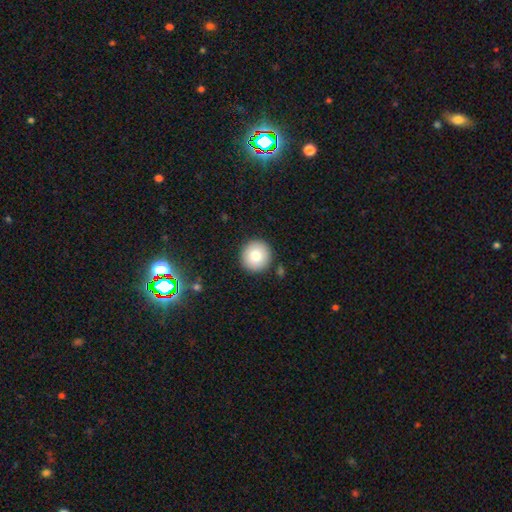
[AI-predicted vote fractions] Overall: smooth (82%). How rounded: round (95%). Merging: none (90%).